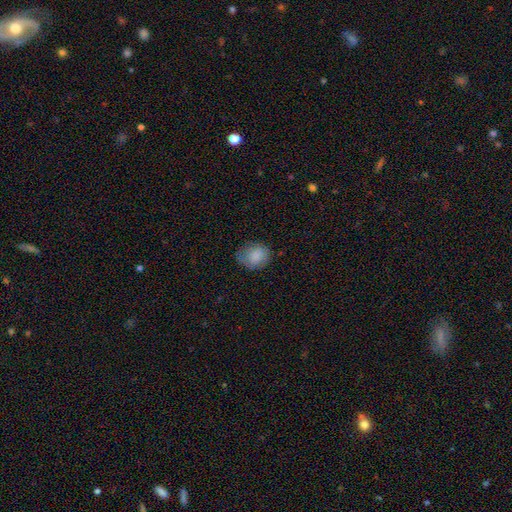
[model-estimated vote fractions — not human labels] Overall: smooth (84%). How rounded: round (57%; in between 42%). Merging: none (62%; minor disturbance 28%).